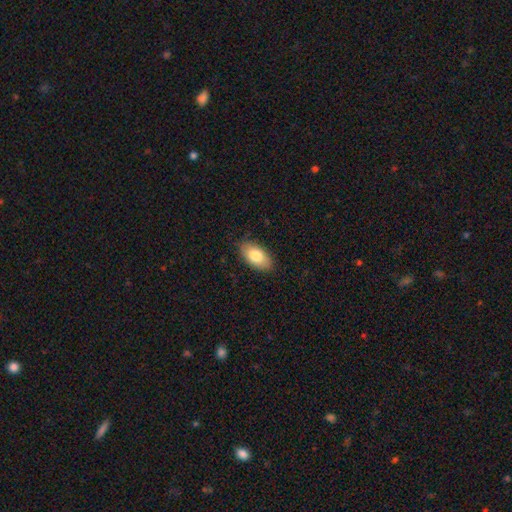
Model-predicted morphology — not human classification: smooth 80%, featured or disk 13%, star or artifact 6%. Down the decision tree: how rounded — in between (94%); merging — none (86%).